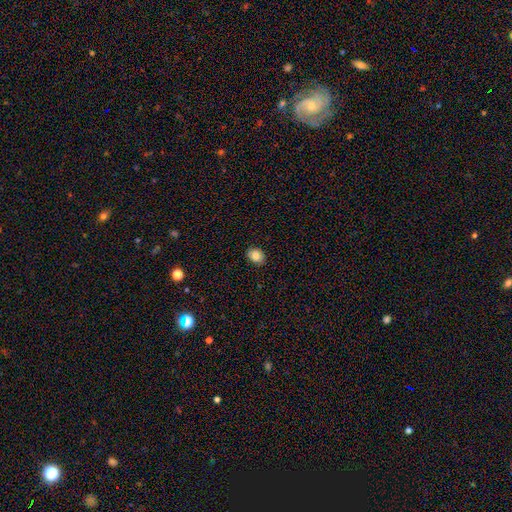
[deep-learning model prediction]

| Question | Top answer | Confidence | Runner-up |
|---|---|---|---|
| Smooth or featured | smooth | 81% | featured or disk (9%) |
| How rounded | in between | 51% | round (48%) |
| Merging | none | 88% | minor disturbance (9%) |